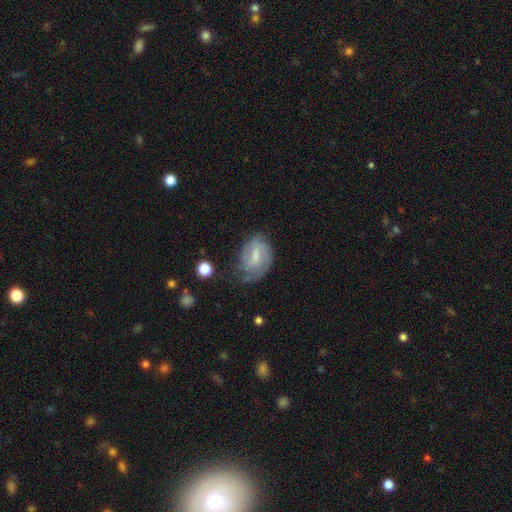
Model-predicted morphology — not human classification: smooth_or_featured: featured or disk (p=0.58) [alt: smooth p=0.35]
disk_edge_on: no (p=0.96) [alt: yes p=0.04]
bar: weak (p=0.58) [alt: no p=0.23]
has_spiral_arms: yes (p=0.79) [alt: no p=0.21]
bulge_size: small (p=0.39) [alt: moderate p=0.38]
merging: none (p=0.52) [alt: minor disturbance p=0.31]